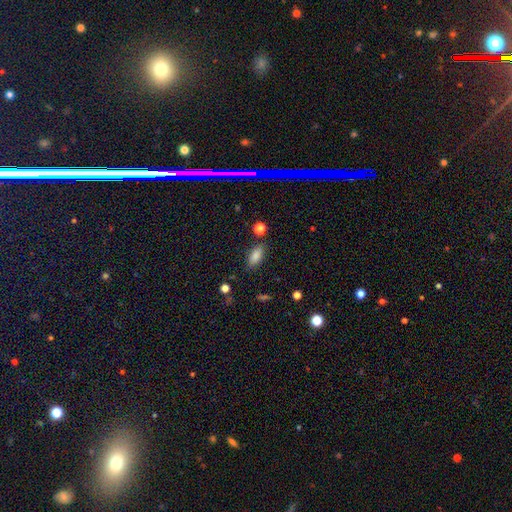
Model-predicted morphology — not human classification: Overall: smooth (83%). How rounded: in between (86%). Merging: none (82%).